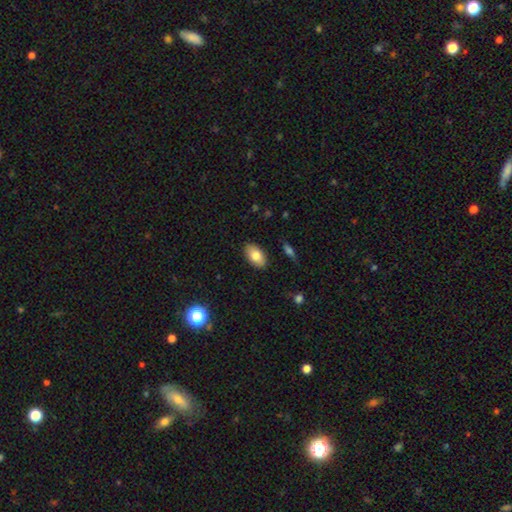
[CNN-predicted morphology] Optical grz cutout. It shows a smooth galaxy with no disk features (80%) that is in between round and cigar-shaped (93%). Merging: none (88%).